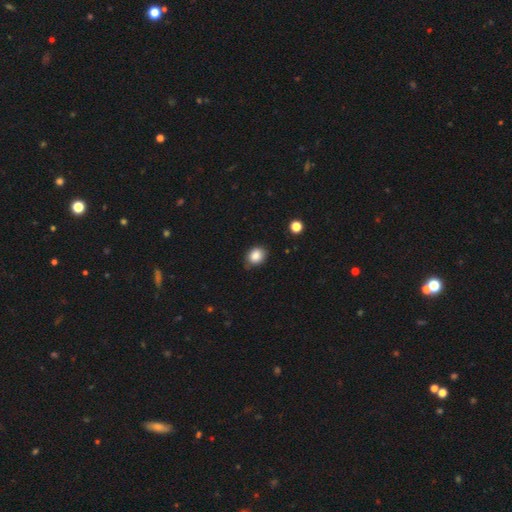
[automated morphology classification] Smooth or featured: smooth — 85% (star or artifact — 10%)
How rounded: round — 56% (in between — 43%)
Merging: none — 79% (minor disturbance — 17%)